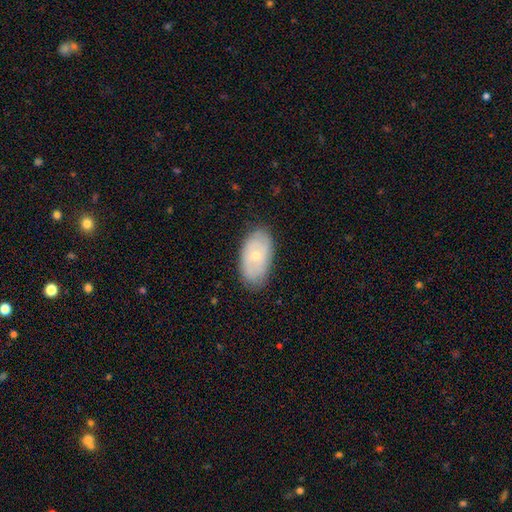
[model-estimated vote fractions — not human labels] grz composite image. It shows a smooth galaxy with no disk features (47%). Merging: none (80%).